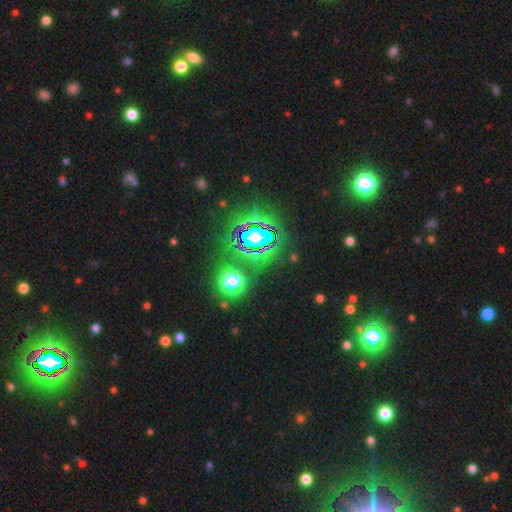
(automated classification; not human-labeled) star or artifact 82%, smooth 11%, featured or disk 7%.